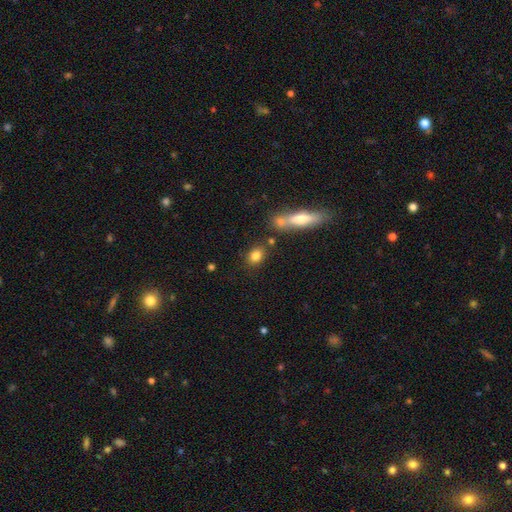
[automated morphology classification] smooth_or_featured: smooth (p=0.81) [alt: star or artifact p=0.10]
how_rounded: in between (p=0.57) [alt: round p=0.39]
merging: none (p=0.75) [alt: merger p=0.11]